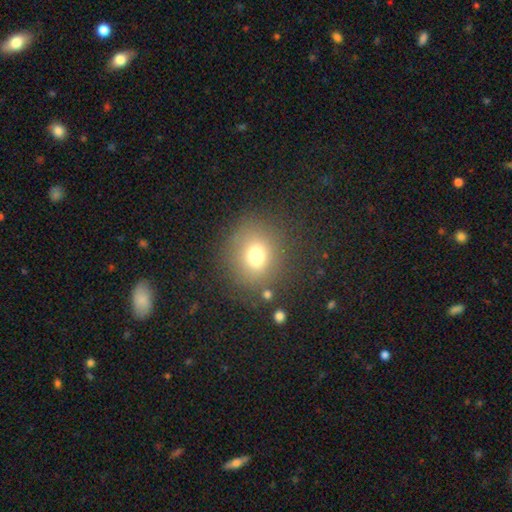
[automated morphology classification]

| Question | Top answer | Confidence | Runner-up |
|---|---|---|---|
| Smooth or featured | smooth | 72% | star or artifact (16%) |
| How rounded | round | 79% | in between (20%) |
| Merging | none | 82% | minor disturbance (10%) |